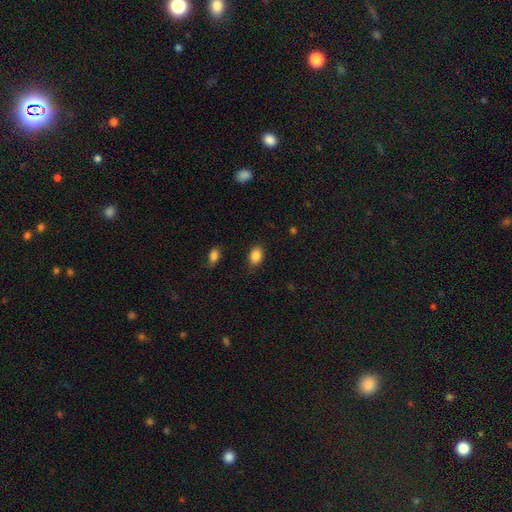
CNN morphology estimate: Overall: smooth (86%). How rounded: in between (78%). Merging: none (84%).